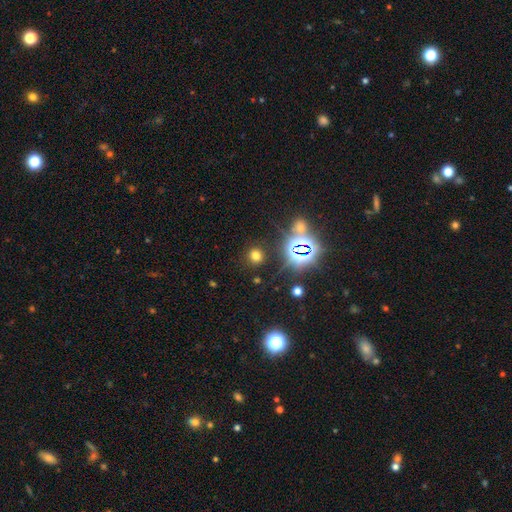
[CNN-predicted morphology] Smooth or featured?
  - smooth: 64% *
  - star or artifact: 29%
  - featured or disk: 7%
How rounded?
  - round: 86% *
  - in between: 12%
  - cigar-shaped: 1%
Merging?
  - none: 86% *
  - minor disturbance: 7%
  - major disturbance: 4%
  - merger: 3%